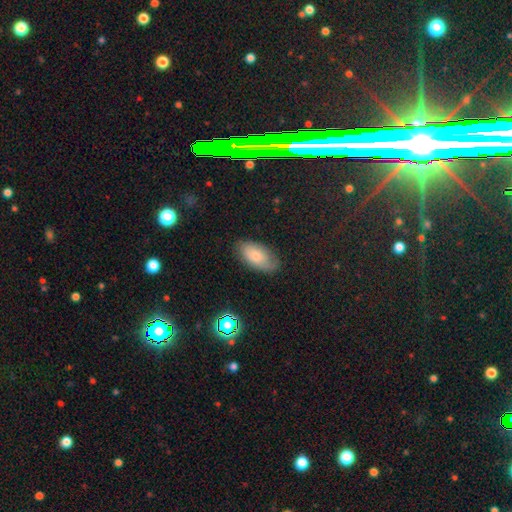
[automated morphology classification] This appears to be a smooth galaxy with no disk features (70%) that is in between round and cigar-shaped (94%). Merging: none (77%).